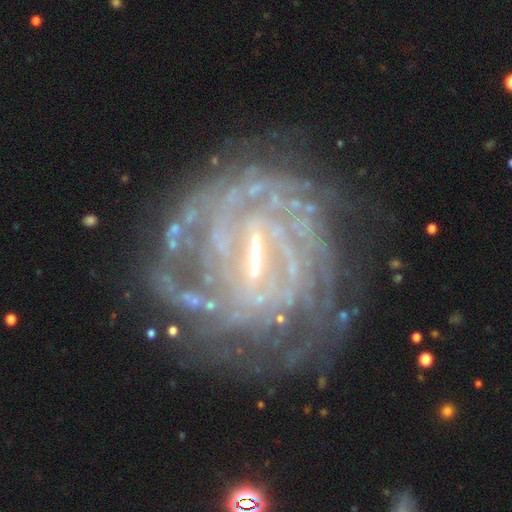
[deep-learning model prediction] Smooth or featured? Predicted: featured or disk (p=0.86). Edge-on disk? Predicted: no (p=0.97). Bar? Predicted: strong (p=0.50). Spiral arms? Predicted: yes (p=0.91). Spiral winding? Predicted: tight (p=0.74). Spiral arm count? Predicted: can't tell (p=0.46). Bulge size? Predicted: small (p=0.41). Merging? Predicted: none (p=0.69).